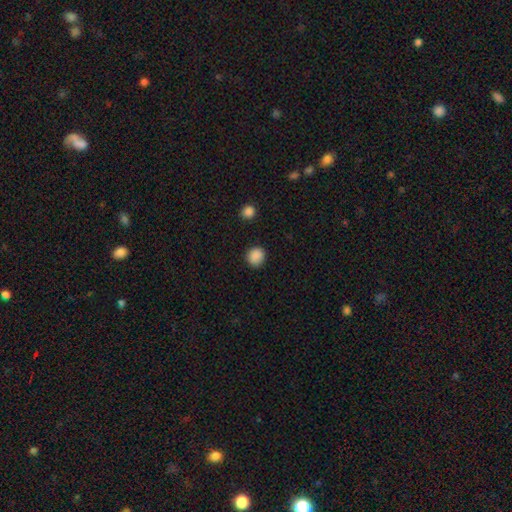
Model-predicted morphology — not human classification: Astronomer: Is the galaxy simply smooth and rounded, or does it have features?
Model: smooth — 88%.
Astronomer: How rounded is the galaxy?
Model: round — 89%.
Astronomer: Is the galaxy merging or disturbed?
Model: none — 89%.